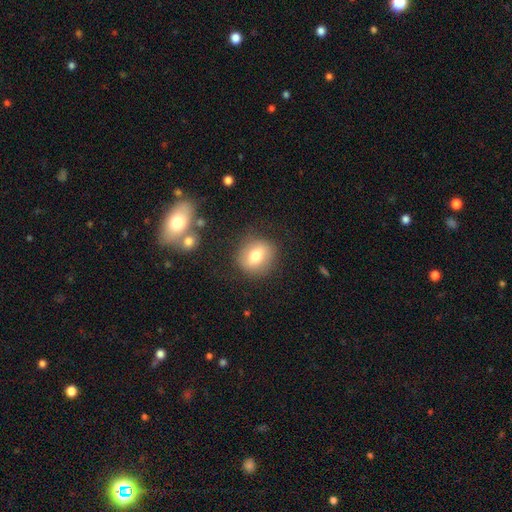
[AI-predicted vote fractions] A smooth galaxy with no disk features (70%) that is round (69%).

Vote fractions:
- Smooth or featured? smooth: 70% / featured or disk: 21% / star or artifact: 9%
- How rounded? round: 69% / in between: 30% / cigar-shaped: 1%
- Merging? none: 82% / minor disturbance: 11% / major disturbance: 4% / merger: 2%